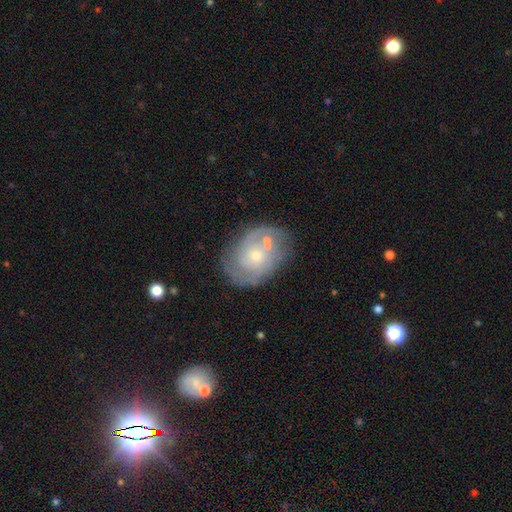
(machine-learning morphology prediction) smooth_or_featured: featured or disk (p=0.77) [alt: smooth p=0.16]
disk_edge_on: no (p=0.97) [alt: yes p=0.03]
bar: no (p=0.75) [alt: weak p=0.22]
has_spiral_arms: yes (p=0.88) [alt: no p=0.12]
spiral_winding: tight (p=0.49) [alt: medium p=0.38]
spiral_arm_count: 2 (p=0.50) [alt: can't tell p=0.26]
bulge_size: small (p=0.67) [alt: moderate p=0.29]
merging: none (p=0.58) [alt: minor disturbance p=0.18]